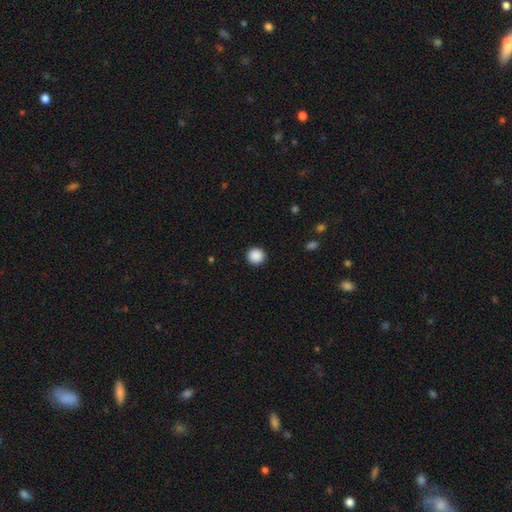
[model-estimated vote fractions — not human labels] This appears to be a smooth galaxy with no disk features (89%) that is round (93%). Merging: none (92%).